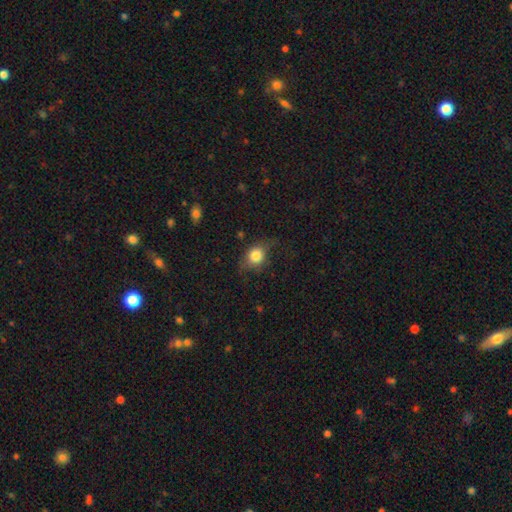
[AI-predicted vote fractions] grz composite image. It shows a smooth galaxy with no disk features (78%) that is round (59%). Merging: none (58%).